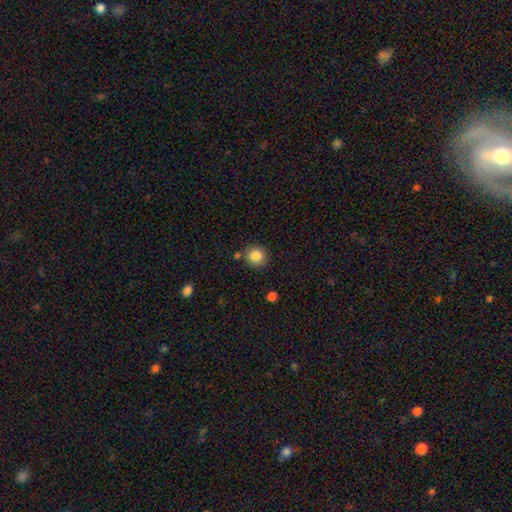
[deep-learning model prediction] Smooth or featured?
  - smooth: 85% *
  - star or artifact: 10%
  - featured or disk: 5%
How rounded?
  - round: 86% *
  - in between: 13%
  - cigar-shaped: 1%
Merging?
  - none: 81% *
  - minor disturbance: 10%
  - merger: 6%
  - major disturbance: 3%